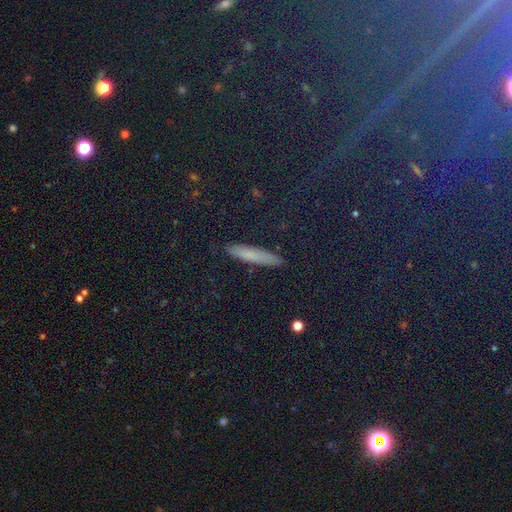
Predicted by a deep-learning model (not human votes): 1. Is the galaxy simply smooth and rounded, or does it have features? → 72% smooth, 14% featured or disk, 14% star or artifact.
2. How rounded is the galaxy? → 88% cigar-shaped, 9% in between, 3% round.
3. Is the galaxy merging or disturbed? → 89% none, 8% minor disturbance, 2% major disturbance, 2% merger.